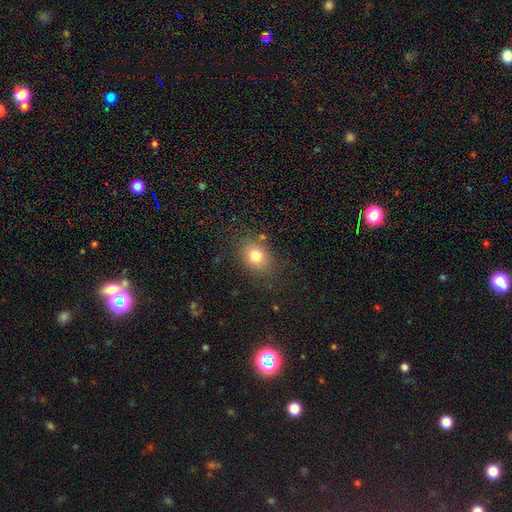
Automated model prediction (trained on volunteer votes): A smooth galaxy with no disk features (79%) that is in between round and cigar-shaped (51%).

Vote fractions:
- Smooth or featured? smooth: 79% / star or artifact: 12% / featured or disk: 9%
- How rounded? in between: 51% / round: 48% / cigar-shaped: 1%
- Merging? none: 81% / minor disturbance: 12% / major disturbance: 4% / merger: 3%